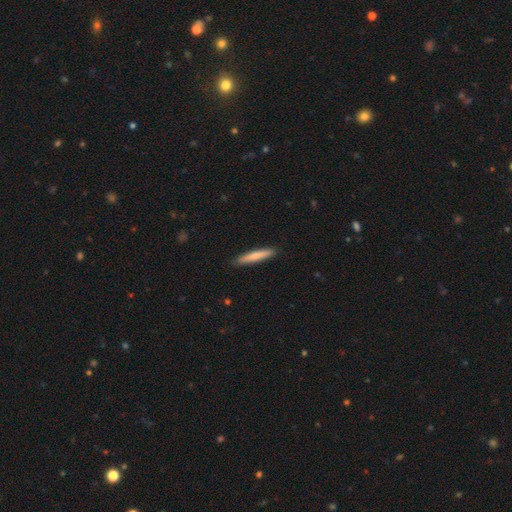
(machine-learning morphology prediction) type=smooth (74%); roundness=cigar-shaped (94%); merging=none (90%).